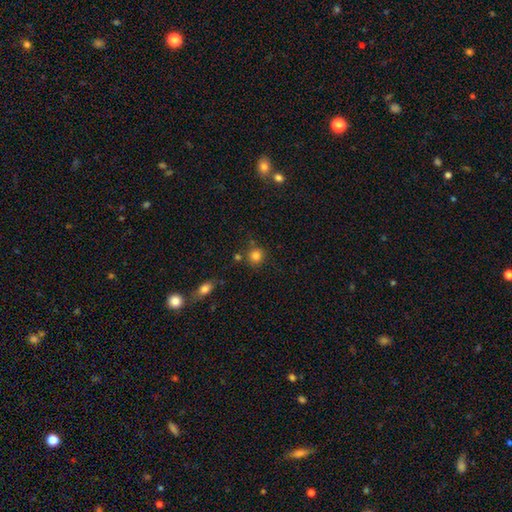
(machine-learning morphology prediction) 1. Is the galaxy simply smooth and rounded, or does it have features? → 83% smooth, 12% star or artifact, 5% featured or disk.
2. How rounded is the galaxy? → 90% round, 9% in between, 1% cigar-shaped.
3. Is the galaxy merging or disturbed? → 77% none, 11% minor disturbance, 9% merger, 4% major disturbance.